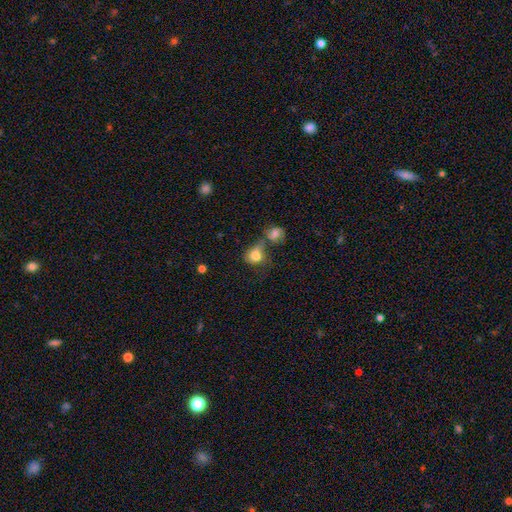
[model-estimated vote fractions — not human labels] smooth-or-featured: smooth: 76% | featured or disk: 15% | star or artifact: 10%
  how-rounded: round: 50% | in between: 48% | cigar-shaped: 2%
  merging: merger: 38% | none: 28% | minor disturbance: 18% | major disturbance: 16%